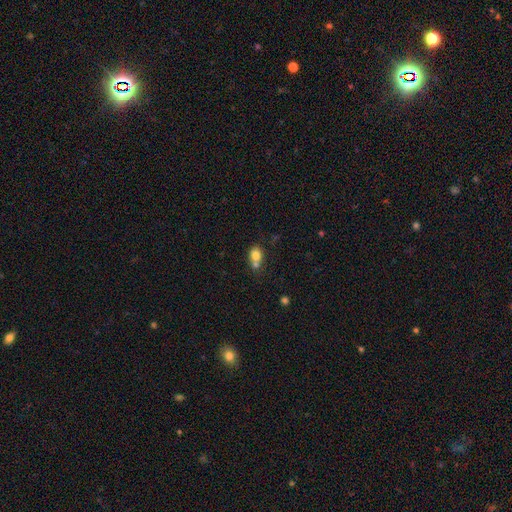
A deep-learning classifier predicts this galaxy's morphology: Smooth or featured? smooth (78%)
How rounded? round (59%)
Merging? merger (44%)